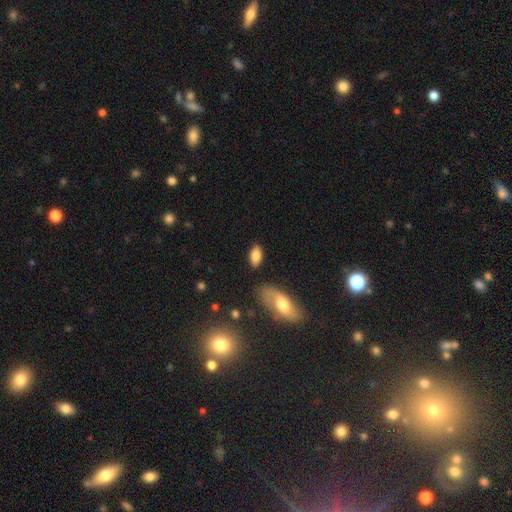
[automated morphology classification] This is clearly a smooth galaxy (83%). How rounded: clearly in between (88%). Merging: clearly none (83%).